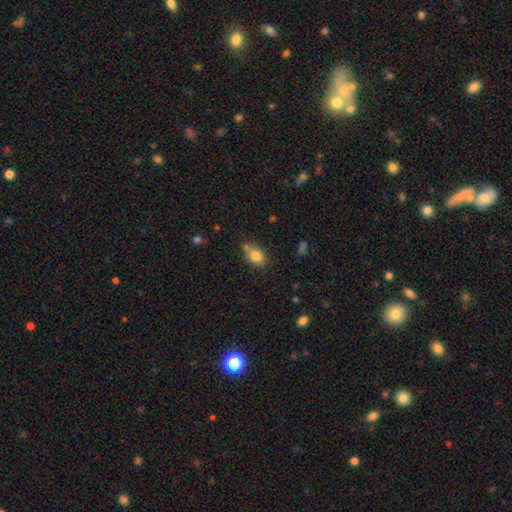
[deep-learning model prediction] The model was most divided on "how rounded": in between: 59%, round: 39%, cigar-shaped: 1%. More confident: smooth or featured — smooth (80%); merging — none (63%).